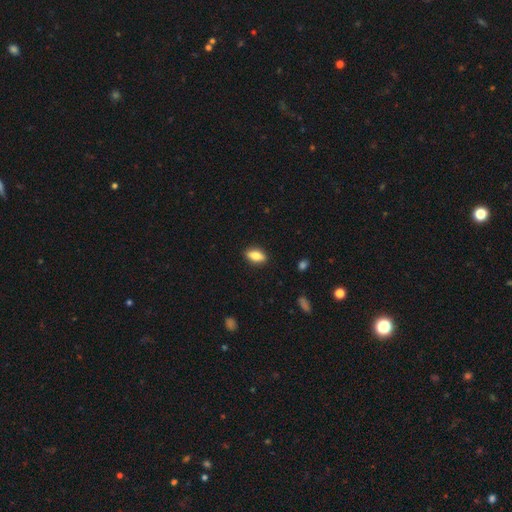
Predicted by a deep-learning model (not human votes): Morphology: type=smooth (78%); roundness=in between (81%); merging=none (88%).